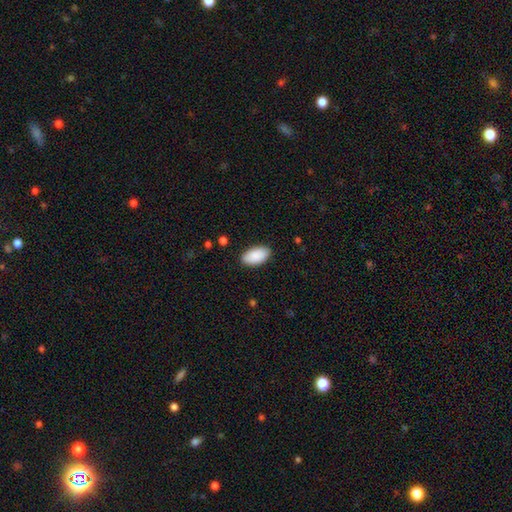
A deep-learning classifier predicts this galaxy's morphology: The model was most divided on "merging": none: 87%, minor disturbance: 10%, major disturbance: 2%, merger: 1%. More confident: how rounded — in between (96%); smooth or featured — smooth (90%).